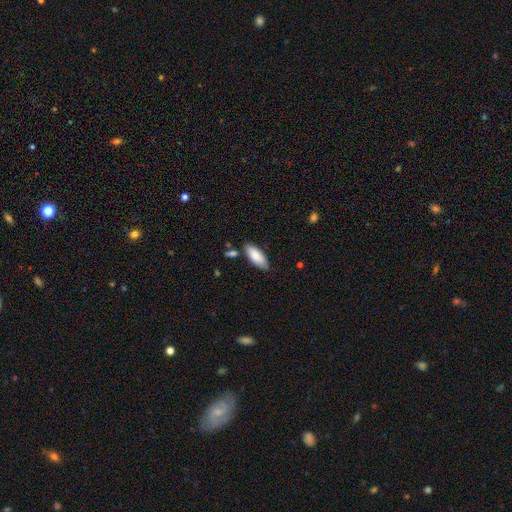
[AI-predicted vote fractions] Q: Smooth or featured?
A: smooth (85%); runner-up: featured or disk (9%)
Q: How rounded?
A: in between (79%); runner-up: cigar-shaped (19%)
Q: Merging?
A: none (79%); runner-up: minor disturbance (14%)